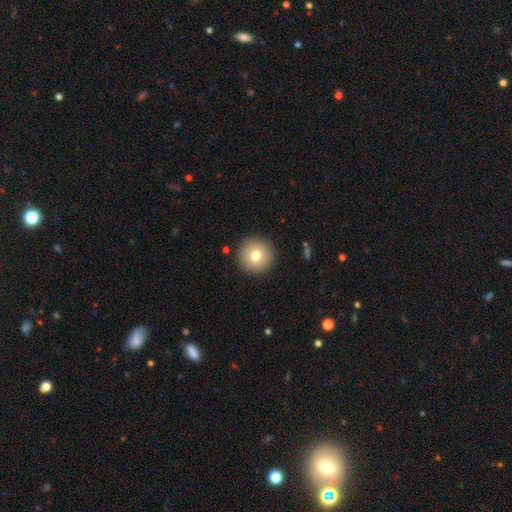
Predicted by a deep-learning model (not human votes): smooth_or_featured: smooth (p=0.76) [alt: featured or disk p=0.14]
how_rounded: round (p=0.96) [alt: in between p=0.03]
merging: none (p=0.91) [alt: minor disturbance p=0.06]